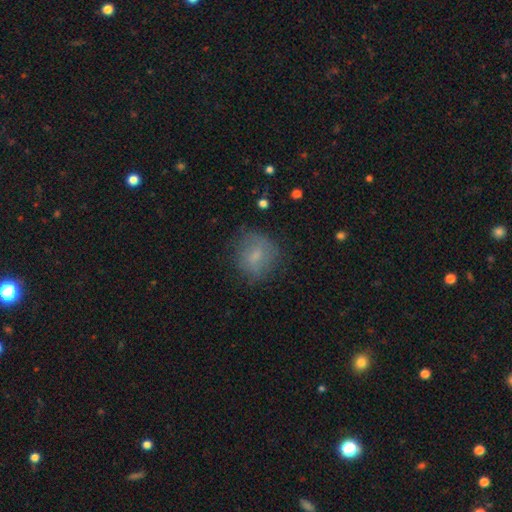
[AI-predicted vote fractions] smooth 68%, featured or disk 20%, star or artifact 11%. Down the decision tree: how rounded — round (74%); merging — none (70%).